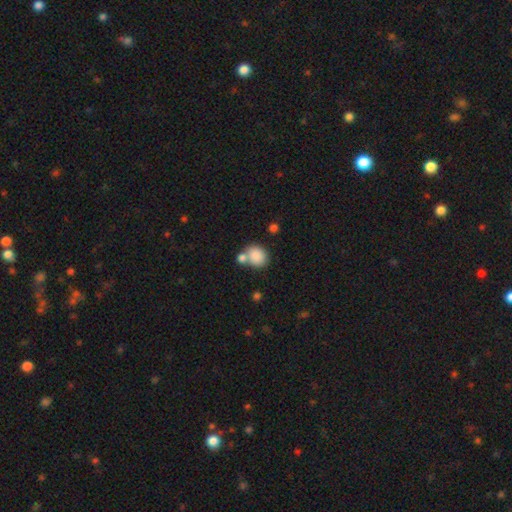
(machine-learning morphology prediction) Smooth or featured: smooth — 85% (star or artifact — 9%)
How rounded: round — 63% (in between — 36%)
Merging: none — 50% (merger — 35%)